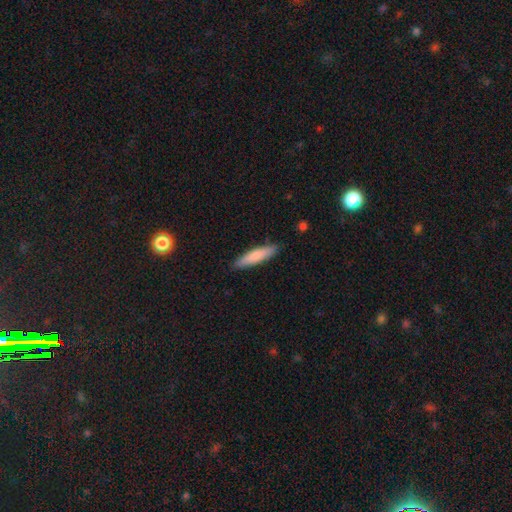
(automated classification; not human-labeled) Smooth or featured? Predicted: smooth (p=0.80). How rounded? Predicted: cigar-shaped (p=0.81). Merging? Predicted: none (p=0.88).